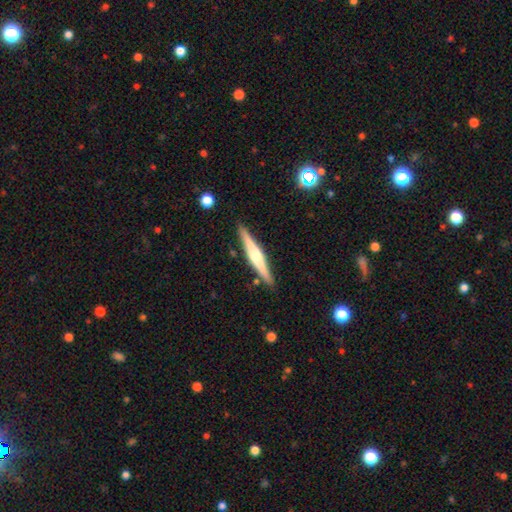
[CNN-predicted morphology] Smooth or featured? featured or disk (62%)
Edge-on disk? yes (97%)
Edge-on bulge? rounded (80%)
Merging? none (89%)